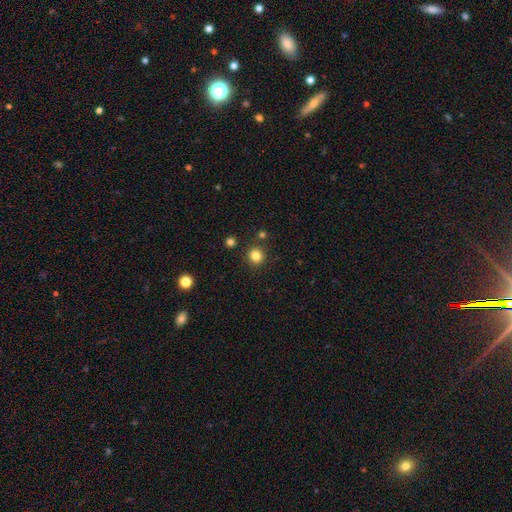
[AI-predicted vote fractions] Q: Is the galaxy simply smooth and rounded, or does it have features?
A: smooth — 82%.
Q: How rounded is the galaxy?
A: round — 93%.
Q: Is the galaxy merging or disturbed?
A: none — 89%.